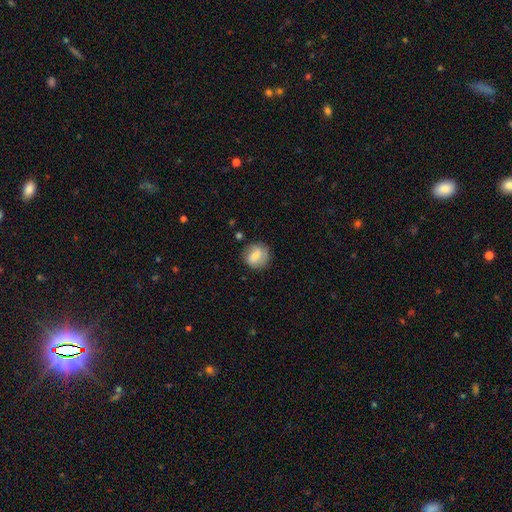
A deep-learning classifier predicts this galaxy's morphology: Smooth or featured: smooth — 66% (featured or disk — 26%)
How rounded: round — 83% (in between — 15%)
Merging: none — 76% (minor disturbance — 17%)